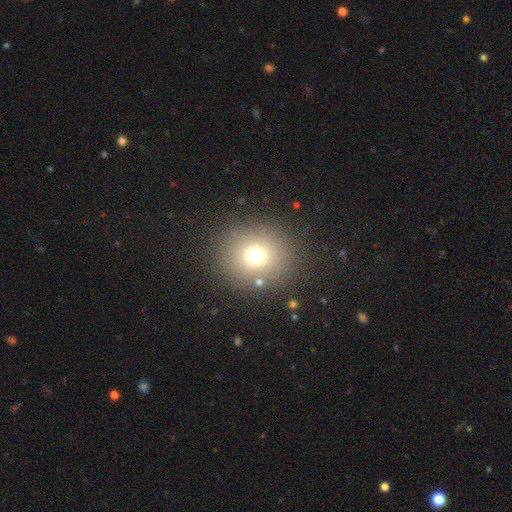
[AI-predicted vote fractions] A smooth galaxy with no disk features (71%) that is round (85%).

Vote fractions:
- Smooth or featured? smooth: 71% / star or artifact: 18% / featured or disk: 11%
- How rounded? round: 85% / in between: 14% / cigar-shaped: 1%
- Merging? none: 85% / minor disturbance: 7% / major disturbance: 4% / merger: 3%